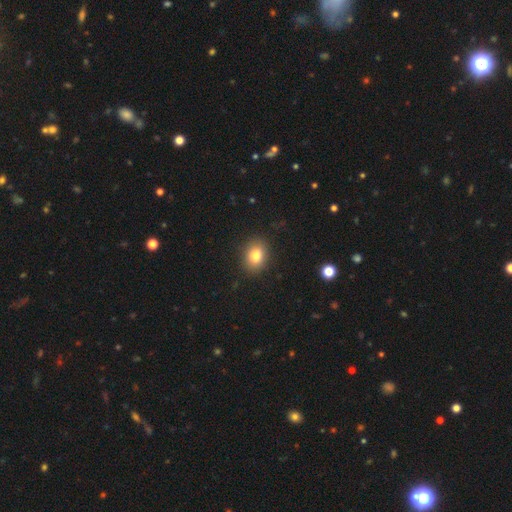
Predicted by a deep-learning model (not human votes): The model was most divided on "how rounded": in between: 56%, round: 43%, cigar-shaped: 1%. More confident: merging — none (89%); smooth or featured — smooth (81%).